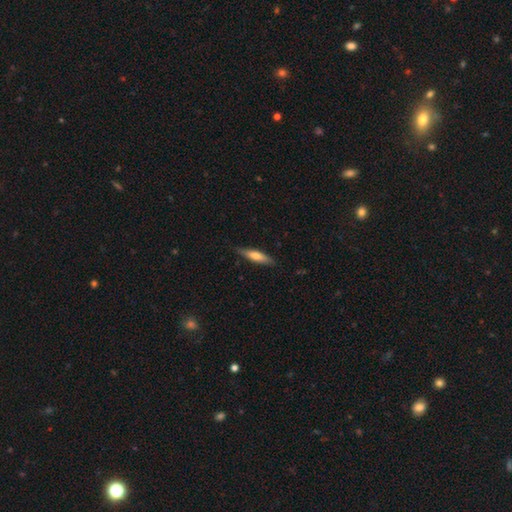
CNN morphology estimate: This is likely a smooth galaxy (64%). How rounded: likely cigar-shaped (76%). Merging: clearly none (83%).